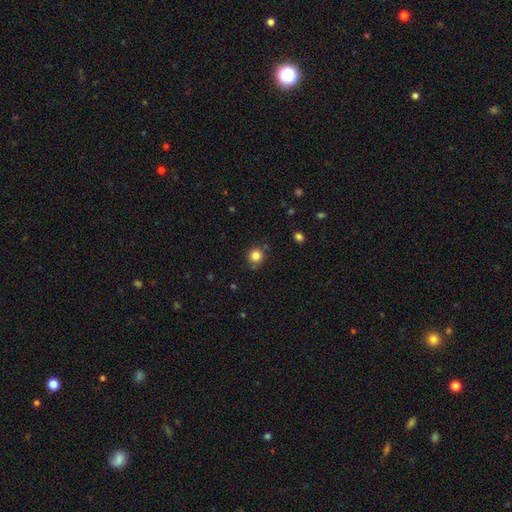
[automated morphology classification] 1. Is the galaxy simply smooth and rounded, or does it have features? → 83% smooth, 12% star or artifact, 5% featured or disk.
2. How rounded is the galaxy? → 91% round, 8% in between, 1% cigar-shaped.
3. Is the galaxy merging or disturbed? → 80% none, 12% minor disturbance, 5% merger, 3% major disturbance.